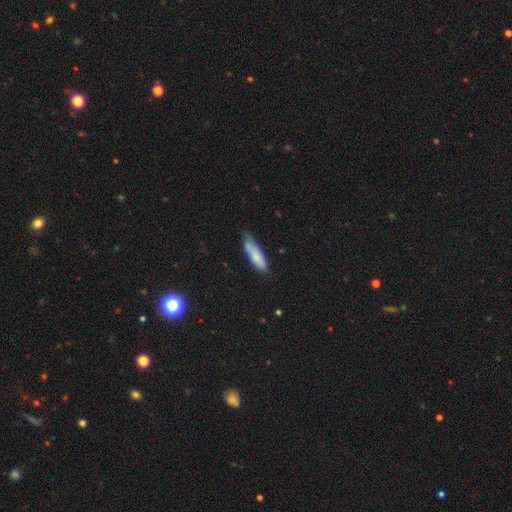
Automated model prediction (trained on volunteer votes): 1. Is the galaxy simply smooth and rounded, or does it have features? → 77% smooth, 16% featured or disk, 6% star or artifact.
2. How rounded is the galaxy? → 64% cigar-shaped, 34% in between, 2% round.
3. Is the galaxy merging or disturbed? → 53% none, 35% minor disturbance, 8% major disturbance, 4% merger.